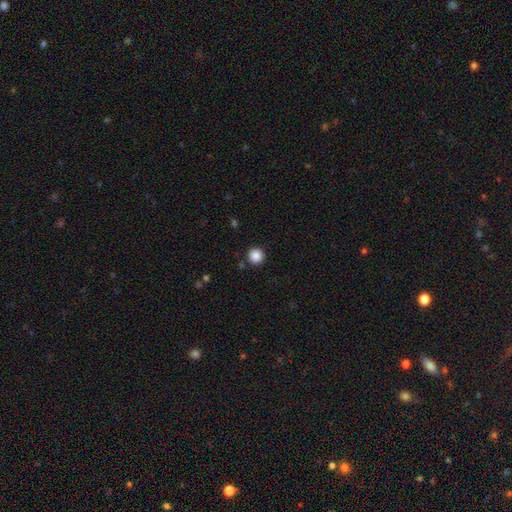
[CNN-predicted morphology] Smooth or featured? smooth (87%)
How rounded? round (95%)
Merging? none (91%)